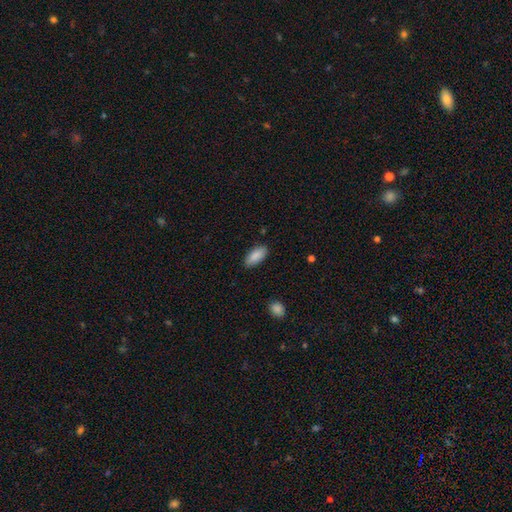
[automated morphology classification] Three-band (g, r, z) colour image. It shows a smooth galaxy with no disk features (89%) that is in between round and cigar-shaped (88%). Merging: none (85%).